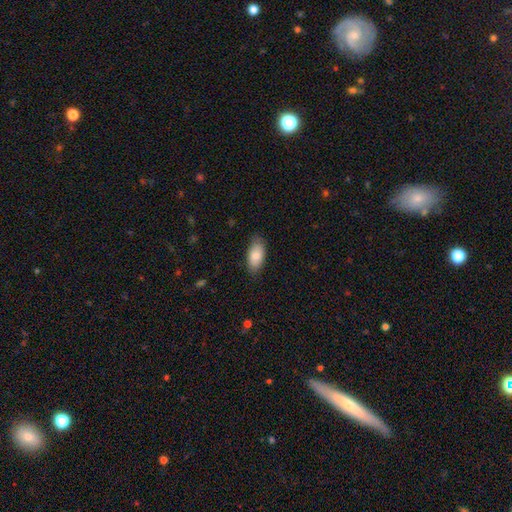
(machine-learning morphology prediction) This appears to be a smooth galaxy with no disk features (83%) that is in between round and cigar-shaped (92%). Merging: none (79%).